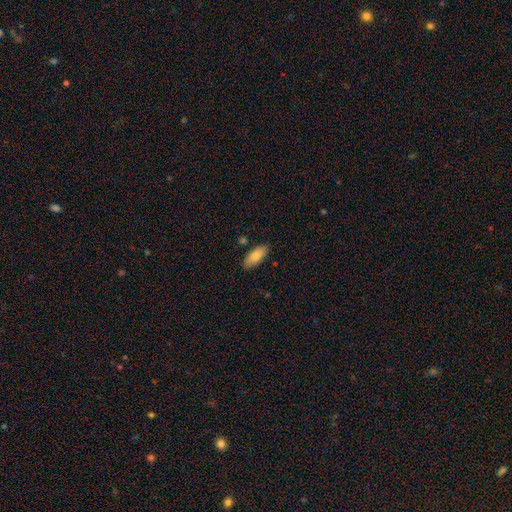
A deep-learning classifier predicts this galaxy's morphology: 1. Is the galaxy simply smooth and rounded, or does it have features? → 82% smooth, 12% featured or disk, 6% star or artifact.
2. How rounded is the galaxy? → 84% in between, 15% cigar-shaped, 2% round.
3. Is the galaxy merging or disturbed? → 83% none, 13% minor disturbance, 3% merger, 2% major disturbance.